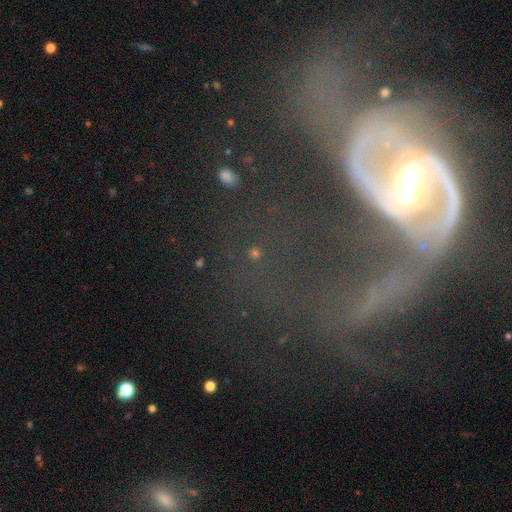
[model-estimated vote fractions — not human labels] A featured or disk galaxy (65%) with a strong bar (35%), spiral arms (72%) and a moderate central bulge (53%). Merging: none (40%).